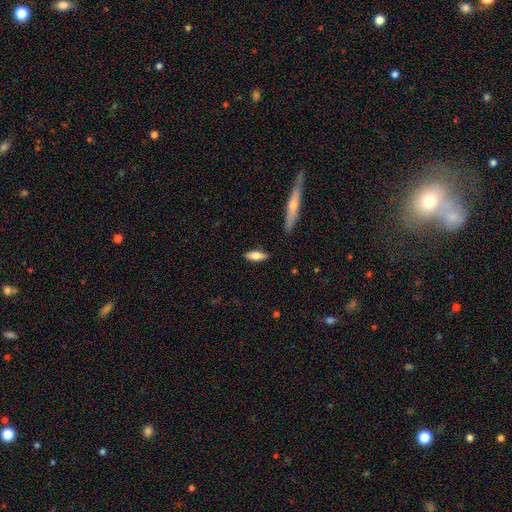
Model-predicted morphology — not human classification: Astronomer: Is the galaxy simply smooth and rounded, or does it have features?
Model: smooth — 71%.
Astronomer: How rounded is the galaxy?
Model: in between — 63%.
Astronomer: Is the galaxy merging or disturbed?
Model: none — 86%.